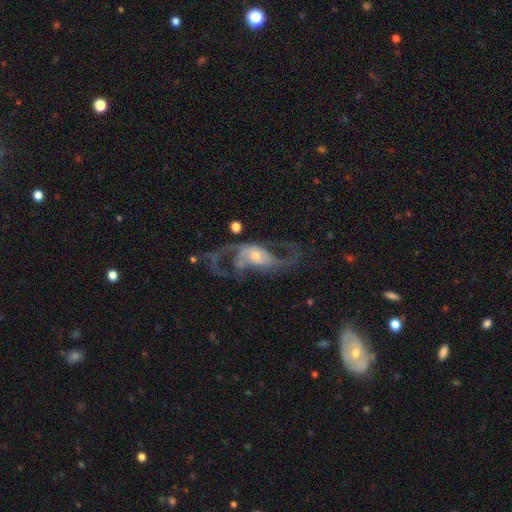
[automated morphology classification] Overall: featured or disk (85%). Edge-on disk: no (96%). Bar: no (51%; weak 33%). Spiral arms: yes (92%). Spiral arm count: 2 (73%). Spiral winding: loose (61%; medium 32%). Bulge size: small (58%; moderate 34%). Merging: none (49%; major disturbance 31%).